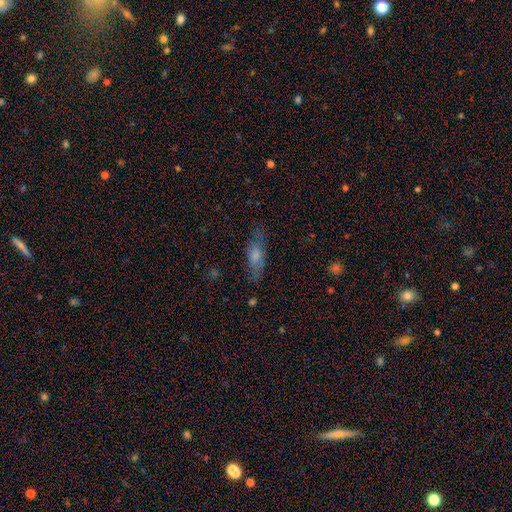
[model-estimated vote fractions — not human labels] Smooth or featured? smooth (64%)
How rounded? in between (58%)
Merging? none (74%)